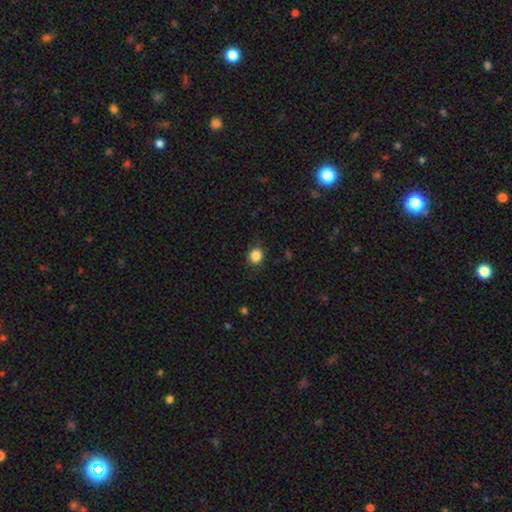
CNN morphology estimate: The model was most divided on "how rounded": round: 79%, in between: 20%, cigar-shaped: 1%. More confident: merging — none (87%); smooth or featured — smooth (86%).